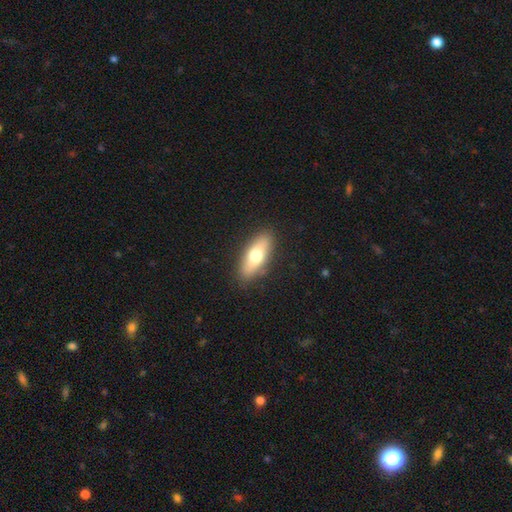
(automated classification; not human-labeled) A smooth galaxy with no disk features (66%) that is in between round and cigar-shaped (66%).

Vote fractions:
- Smooth or featured? smooth: 66% / featured or disk: 28% / star or artifact: 6%
- How rounded? in between: 66% / cigar-shaped: 31% / round: 3%
- Merging? none: 87% / minor disturbance: 9% / major disturbance: 2% / merger: 1%